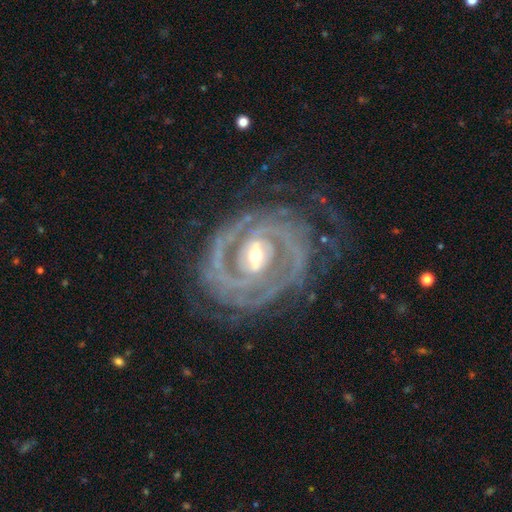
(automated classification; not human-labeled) Smooth or featured? featured or disk (92%)
Edge-on disk? no (97%)
Bar? weak (41%)
Spiral arms? yes (98%)
Spiral winding? tight (70%)
Spiral arm count? 2 (46%)
Bulge size? moderate (52%)
Merging? none (68%)